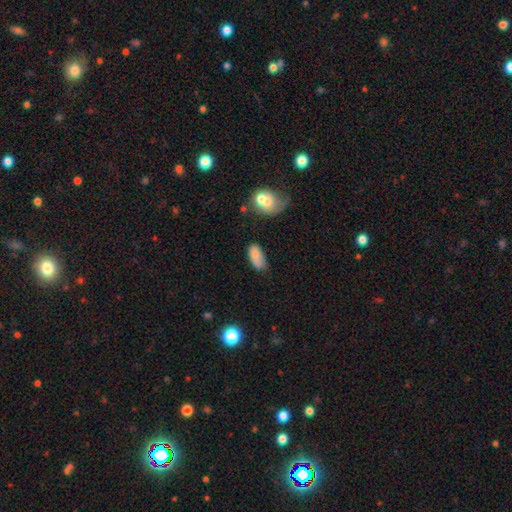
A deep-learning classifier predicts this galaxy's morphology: Smooth or featured: smooth — 80% (featured or disk — 12%)
How rounded: in between — 91% (cigar-shaped — 6%)
Merging: none — 54% (minor disturbance — 30%)